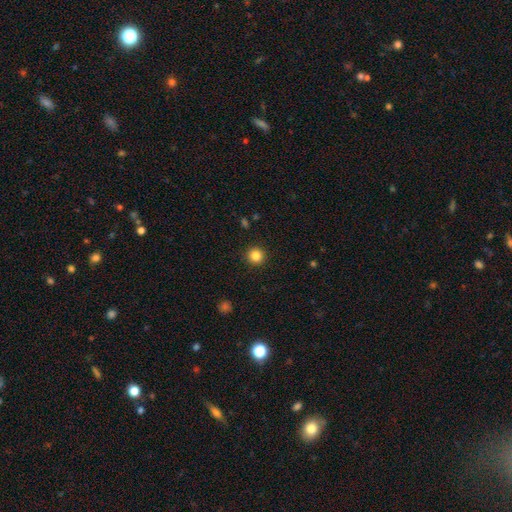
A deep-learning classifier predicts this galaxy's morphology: The model was most divided on "smooth or featured": smooth: 84%, star or artifact: 12%, featured or disk: 5%. More confident: how rounded — round (94%); merging — none (92%).